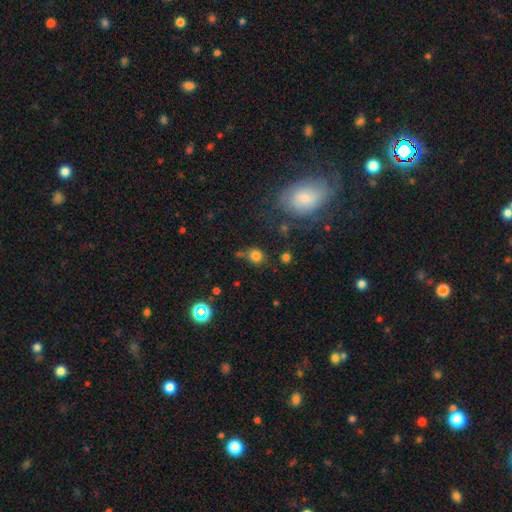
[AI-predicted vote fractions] The model was most divided on "merging": none: 65%, minor disturbance: 17%, merger: 11%, major disturbance: 7%. More confident: smooth or featured — smooth (78%); how rounded — round (75%).